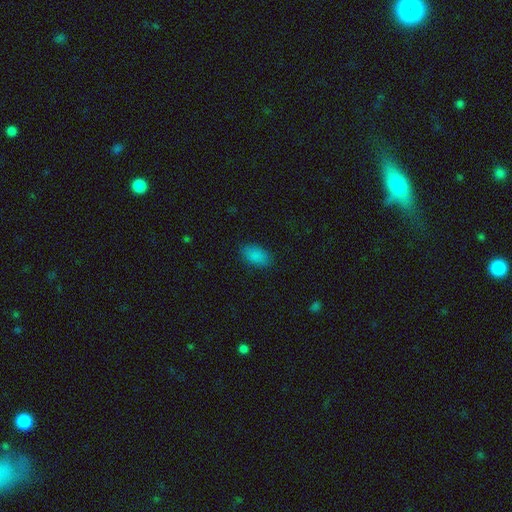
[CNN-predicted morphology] smooth_or_featured: smooth (p=0.86) [alt: star or artifact p=0.09]
how_rounded: in between (p=0.93) [alt: round p=0.05]
merging: none (p=0.85) [alt: minor disturbance p=0.11]